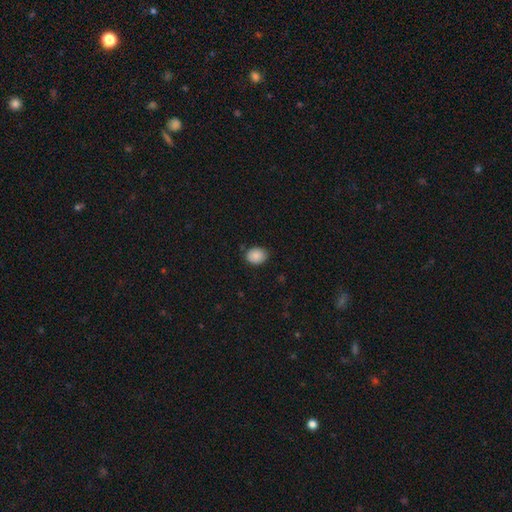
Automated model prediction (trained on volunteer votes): This is clearly a smooth galaxy (88%). How rounded: possibly in between (58%). Merging: clearly none (81%).